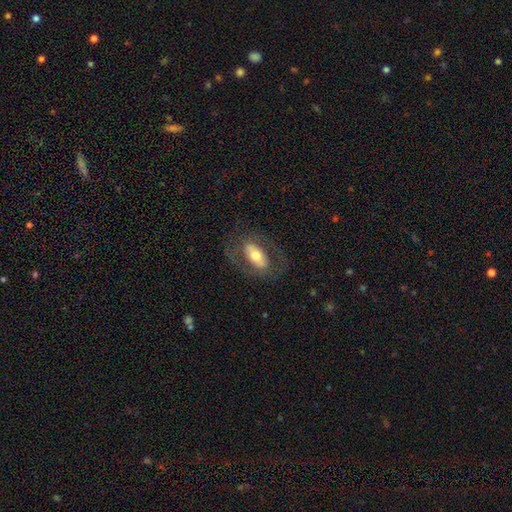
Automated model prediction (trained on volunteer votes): A featured or disk galaxy (54%). Merging: none (72%).